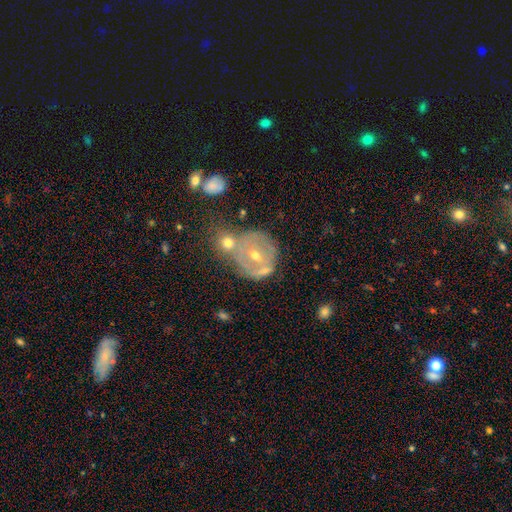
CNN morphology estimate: Smooth or featured? Predicted: featured or disk (p=0.52). Edge-on disk? Predicted: no (p=0.96). Merging? Predicted: merger (p=0.44).